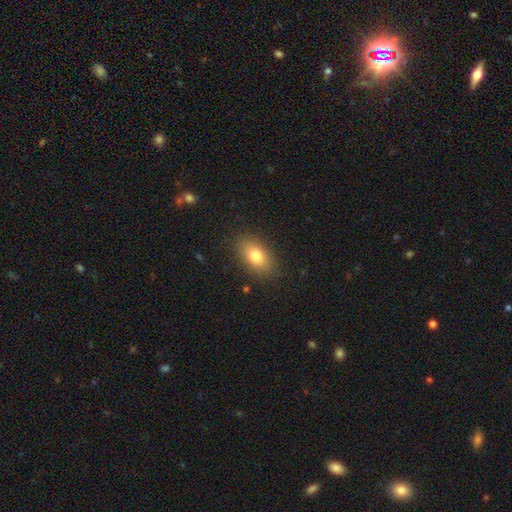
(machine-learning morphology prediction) This is likely a smooth galaxy (79%). How rounded: clearly in between (88%). Merging: clearly none (86%).